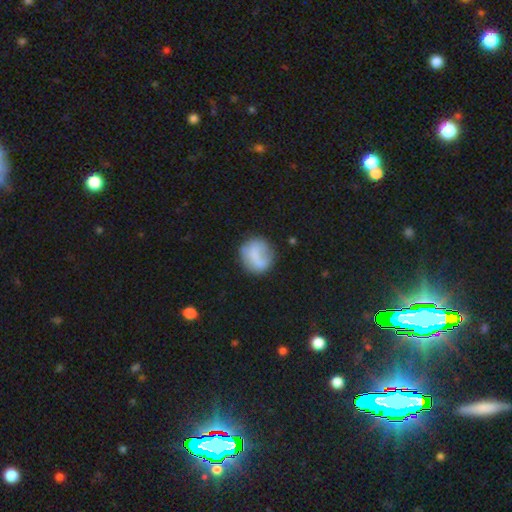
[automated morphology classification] This is likely a smooth galaxy (69%). How rounded: clearly round (85%). Merging: likely none (61%).